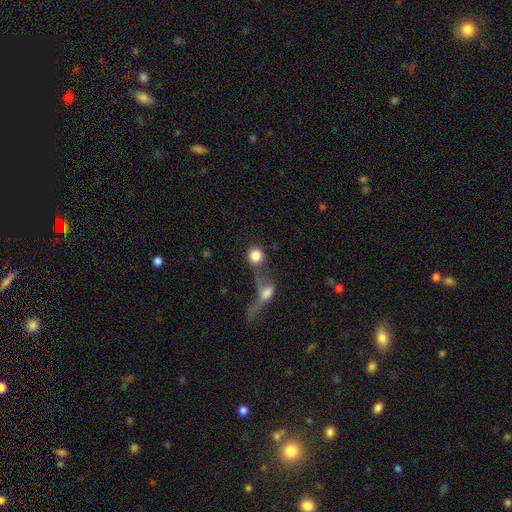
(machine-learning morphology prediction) The model was most divided on "merging": merger: 44%, none: 35%, major disturbance: 12%, minor disturbance: 9%. More confident: how rounded — round (86%); smooth or featured — smooth (82%).